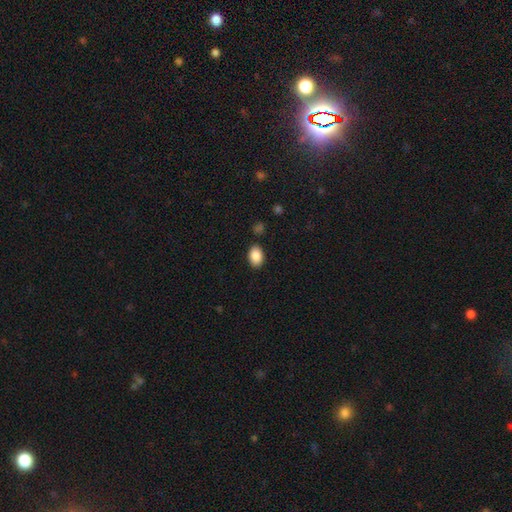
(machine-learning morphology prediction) Smooth or featured: smooth — 89% (star or artifact — 7%)
How rounded: in between — 84% (round — 15%)
Merging: none — 85% (minor disturbance — 10%)